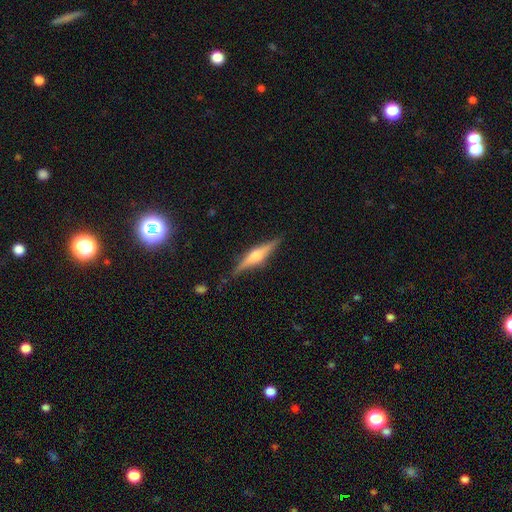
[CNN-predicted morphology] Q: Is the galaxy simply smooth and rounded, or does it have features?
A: featured or disk — 72%.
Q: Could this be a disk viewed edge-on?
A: yes — 97%.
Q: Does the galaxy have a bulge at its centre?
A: rounded — 88%.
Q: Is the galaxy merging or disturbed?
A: none — 86%.